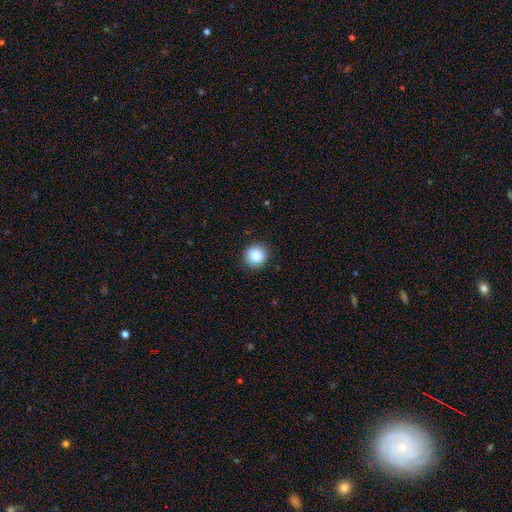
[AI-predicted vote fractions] smooth_or_featured: smooth (p=0.84) [alt: star or artifact p=0.09]
how_rounded: round (p=0.91) [alt: in between p=0.08]
merging: none (p=0.89) [alt: minor disturbance p=0.08]